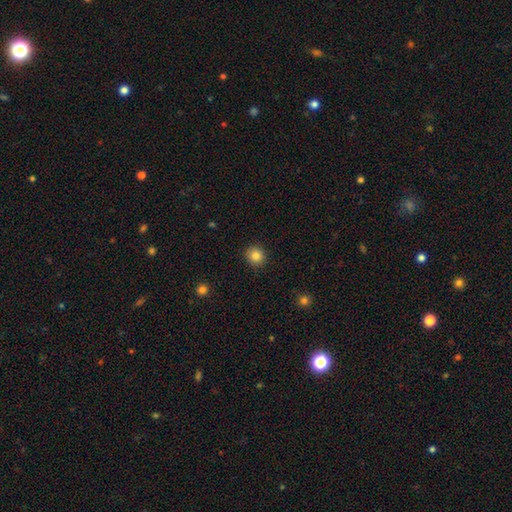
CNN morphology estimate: smooth-or-featured: smooth: 84% | star or artifact: 11% | featured or disk: 6%
  how-rounded: round: 89% | in between: 10% | cigar-shaped: 1%
  merging: none: 91% | minor disturbance: 6% | major disturbance: 2% | merger: 1%